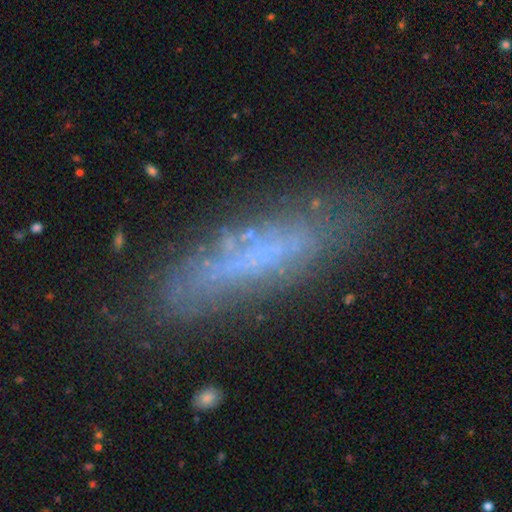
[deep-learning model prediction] The model was most divided on "smooth or featured": featured or disk: 44%, smooth: 43%, star or artifact: 13%. More confident: merging — none (69%).